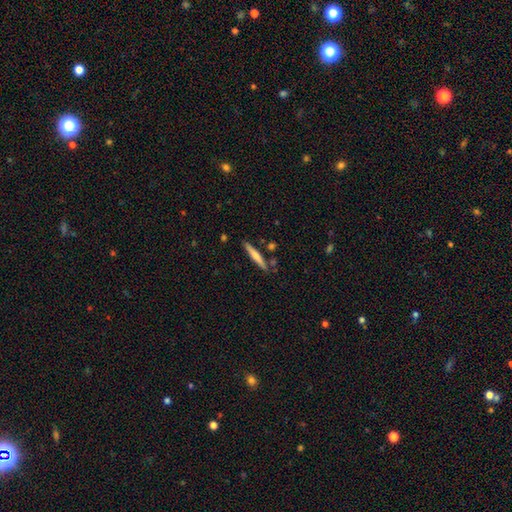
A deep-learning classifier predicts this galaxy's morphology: smooth 56%, featured or disk 39%, star or artifact 6%. Down the decision tree: how rounded — cigar-shaped (94%); merging — none (84%).